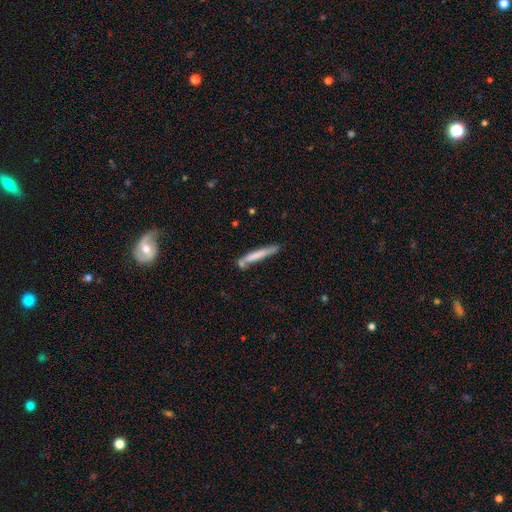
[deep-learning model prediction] A smooth galaxy with no disk features (67%) that is cigar-shaped (95%). Merging: none (65%).